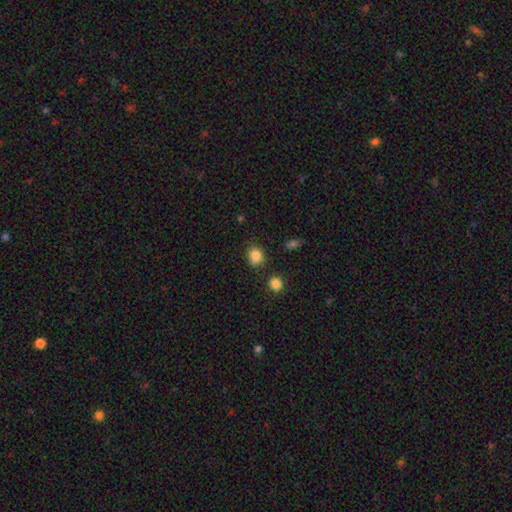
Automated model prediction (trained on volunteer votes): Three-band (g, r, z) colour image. It shows a smooth galaxy with no disk features (85%) that is round (68%). Merging: none (78%).